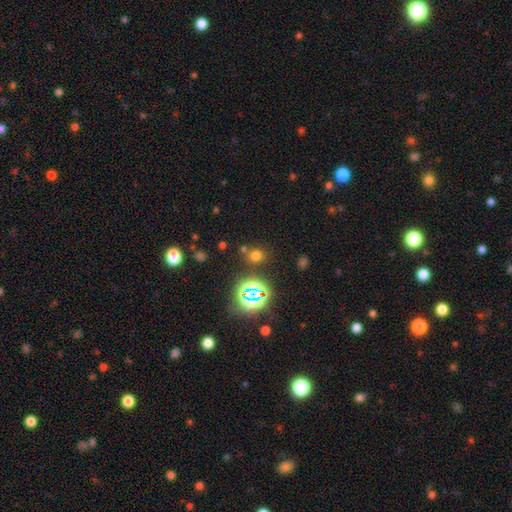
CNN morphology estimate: smooth_or_featured: smooth (p=0.60) [alt: star or artifact p=0.33]
how_rounded: round (p=0.76) [alt: in between p=0.23]
merging: none (p=0.78) [alt: minor disturbance p=0.10]